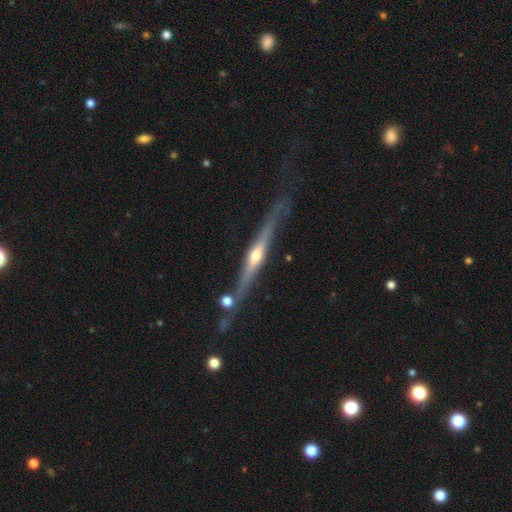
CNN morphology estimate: Smooth or featured: featured or disk — 78% (smooth — 17%)
Edge-on disk: yes — 96% (no — 4%)
Edge-on bulge: rounded — 85% (none — 9%)
Merging: none — 71% (minor disturbance — 17%)